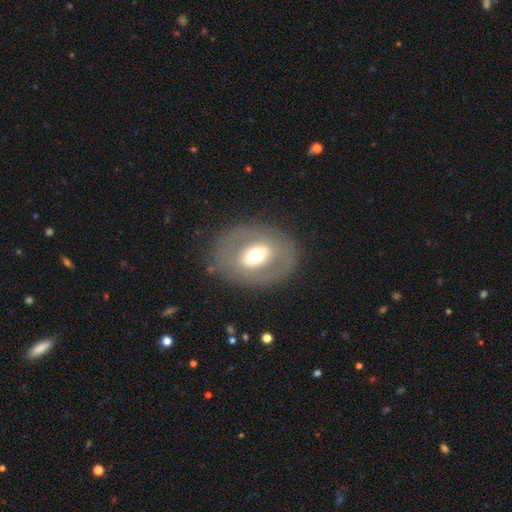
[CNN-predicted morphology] Smooth or featured?
  - featured or disk: 51% *
  - smooth: 41%
  - star or artifact: 8%
Edge-on disk?
  - no: 90% *
  - yes: 10%
Merging?
  - none: 80% *
  - minor disturbance: 11%
  - major disturbance: 8%
  - merger: 1%